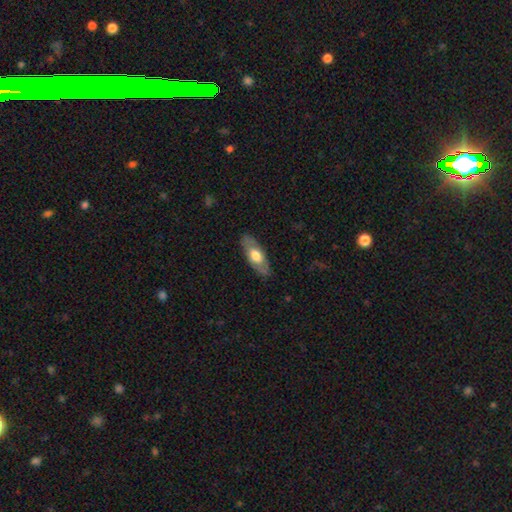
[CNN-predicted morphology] The model was most divided on "smooth or featured": smooth: 54%, featured or disk: 41%, star or artifact: 5%. More confident: merging — none (83%); how rounded — in between (79%).